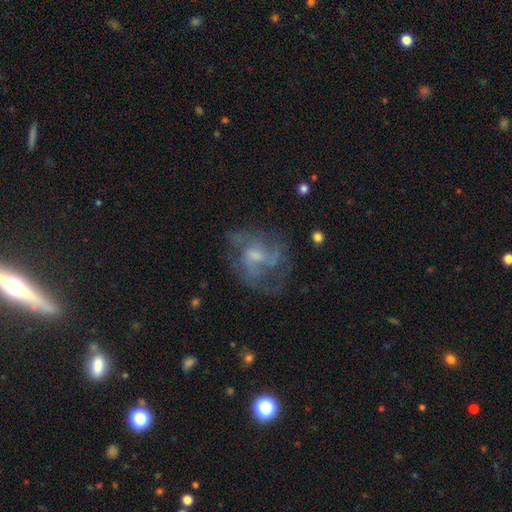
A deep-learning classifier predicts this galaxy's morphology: featured or disk 73%, smooth 17%, star or artifact 10%. Down the decision tree: edge-on disk — no (97%); bar — no (52%); spiral arms — yes (78%); spiral arm count — can't tell (32%); spiral winding — medium (47%); bulge size — small (46%); merging — none (56%).